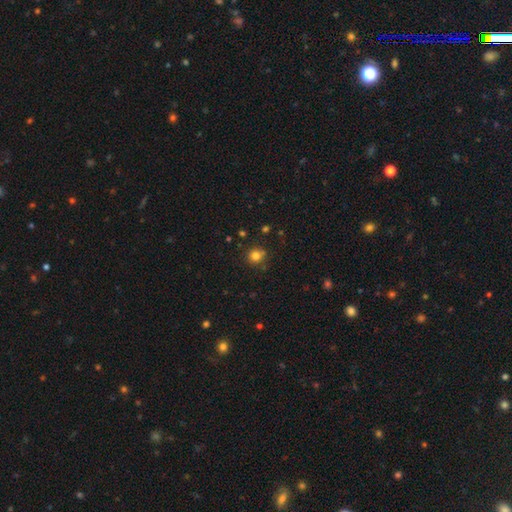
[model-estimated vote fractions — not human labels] Morphology: type=smooth (80%); roundness=round (89%); merging=none (79%).